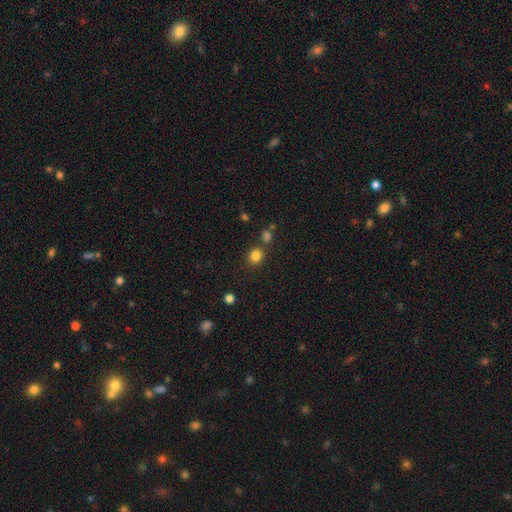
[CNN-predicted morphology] Smooth or featured? smooth (82%)
How rounded? round (77%)
Merging? none (80%)